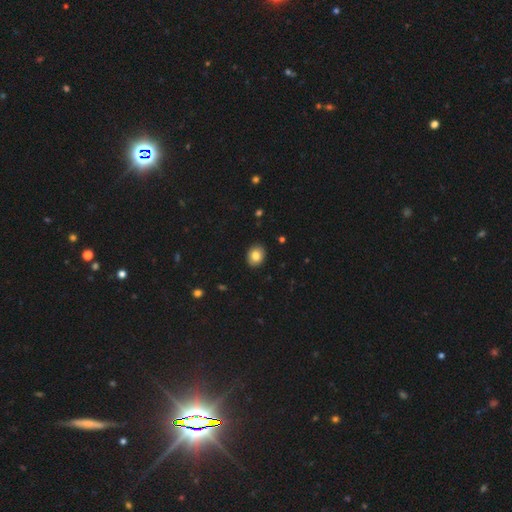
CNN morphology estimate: The model was most divided on "how rounded" (2-way tie): round: 50%, in between: 50%, cigar-shaped: 1%. More confident: merging — none (90%); smooth or featured — smooth (84%).